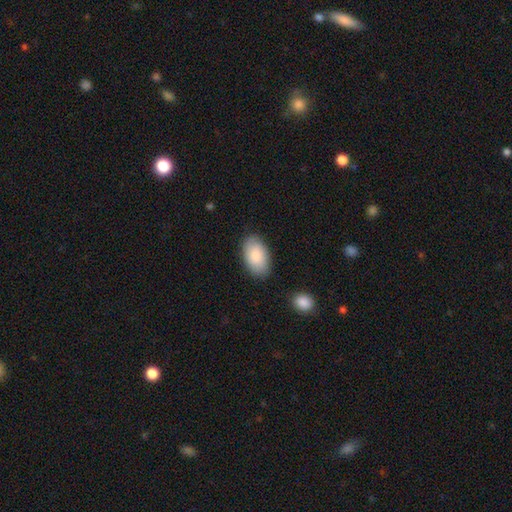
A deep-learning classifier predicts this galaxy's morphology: smooth-or-featured: smooth: 86% | featured or disk: 8% | star or artifact: 6%
  how-rounded: in between: 94% | round: 4% | cigar-shaped: 1%
  merging: none: 84% | minor disturbance: 11% | major disturbance: 3% | merger: 2%